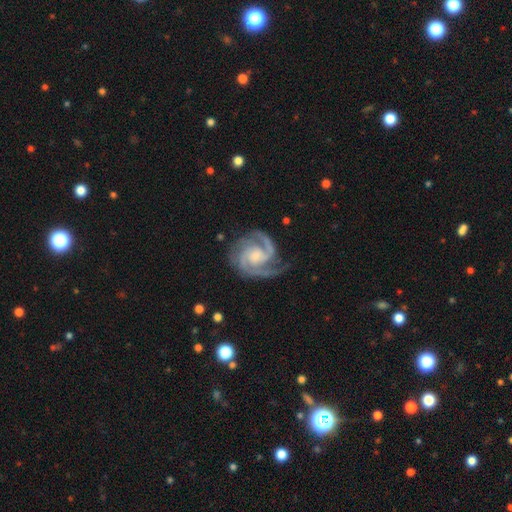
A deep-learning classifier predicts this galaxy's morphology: This is clearly a featured or disk galaxy (93%). It is clearly not viewed edge-on (98%). Bar: possibly no (59%). Spiral arm pattern: clearly yes (99%). Spiral arm count: possibly 2 (58%). Spiral winding: possibly tight (49%). Central bulge: marginally moderate (37%). Merging: likely none (72%).